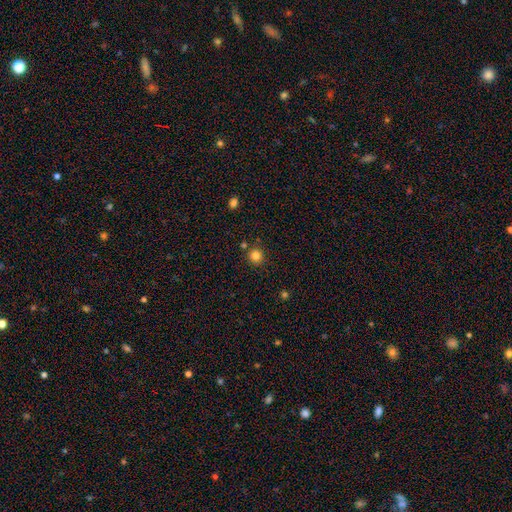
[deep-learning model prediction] The model was most divided on "smooth or featured": smooth: 82%, star or artifact: 13%, featured or disk: 5%. More confident: how rounded — round (93%); merging — none (85%).